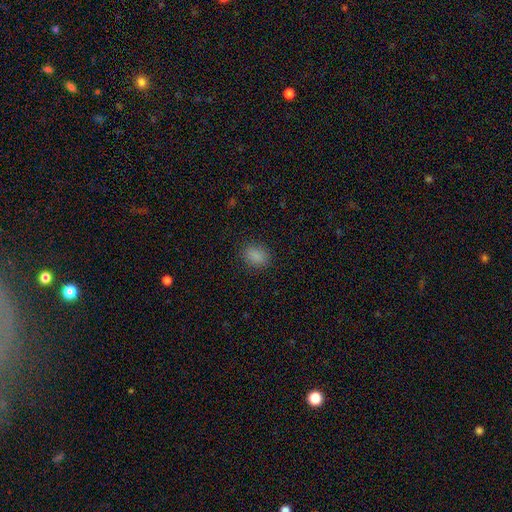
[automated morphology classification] Smooth or featured? Predicted: smooth (p=0.85). How rounded? Predicted: in between (p=0.50). Merging? Predicted: none (p=0.86).